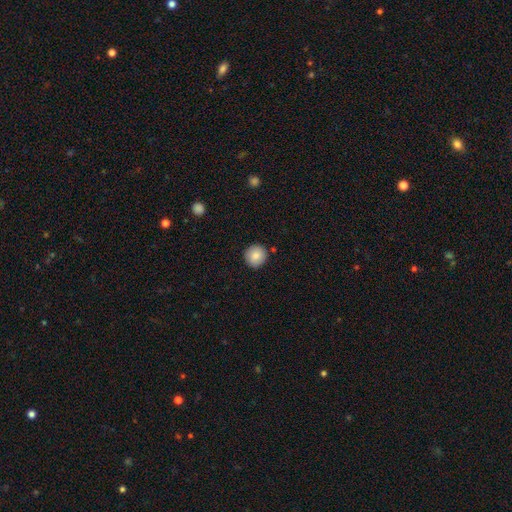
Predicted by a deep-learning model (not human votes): Smooth or featured? Predicted: smooth (p=0.87). How rounded? Predicted: round (p=0.94). Merging? Predicted: none (p=0.89).